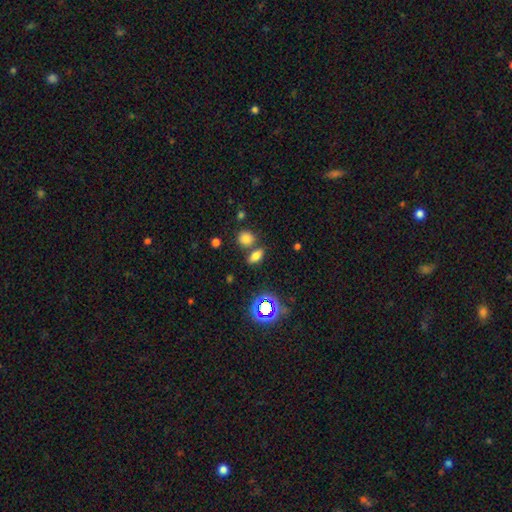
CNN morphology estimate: smooth 71%, star or artifact 19%, featured or disk 10%. Down the decision tree: how rounded — in between (73%); merging — none (68%).